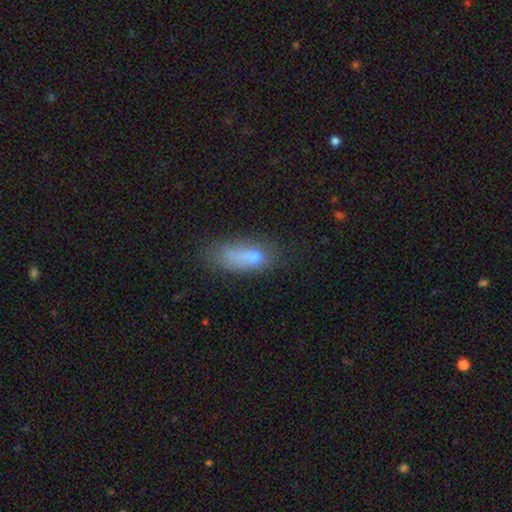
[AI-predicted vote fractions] smooth-or-featured: smooth: 66% | featured or disk: 20% | star or artifact: 14%
  how-rounded: in between: 74% | cigar-shaped: 21% | round: 6%
  merging: none: 38% | minor disturbance: 27% | major disturbance: 24% | merger: 10%